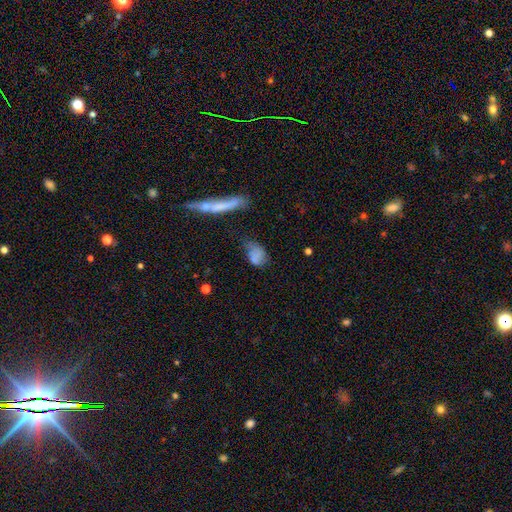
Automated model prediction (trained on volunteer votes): Morphology: type=smooth (69%); roundness=in between (78%); merging=none (36%).